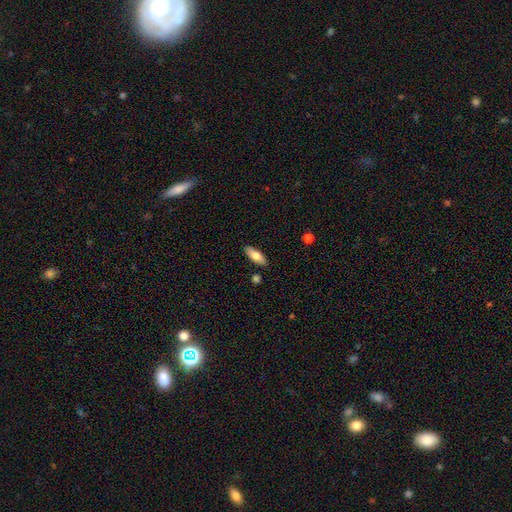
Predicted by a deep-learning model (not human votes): Q: Smooth or featured?
A: smooth (71%); runner-up: featured or disk (23%)
Q: How rounded?
A: in between (69%); runner-up: cigar-shaped (28%)
Q: Merging?
A: none (86%); runner-up: minor disturbance (9%)